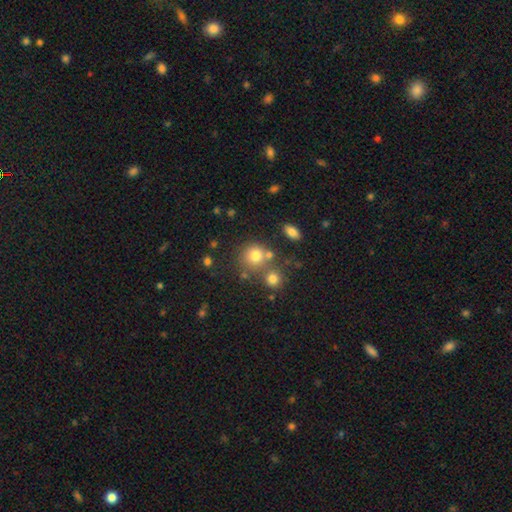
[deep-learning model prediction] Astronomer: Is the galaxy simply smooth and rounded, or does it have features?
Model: smooth — 76%.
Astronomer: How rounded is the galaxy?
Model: round — 85%.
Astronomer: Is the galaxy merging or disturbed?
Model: none — 61%.